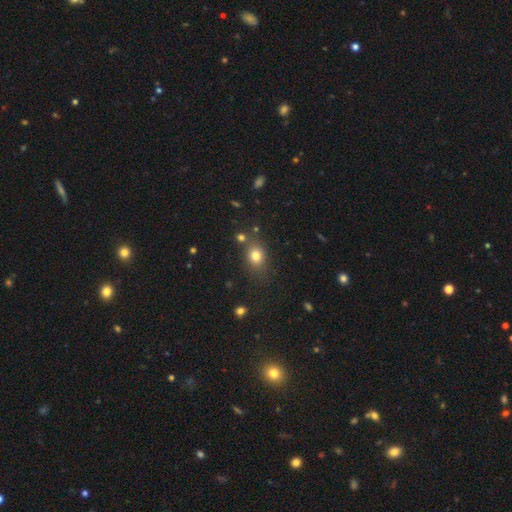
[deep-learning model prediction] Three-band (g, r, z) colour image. It shows a smooth galaxy with no disk features (78%) that is in between round and cigar-shaped (50%). Merging: none (72%).